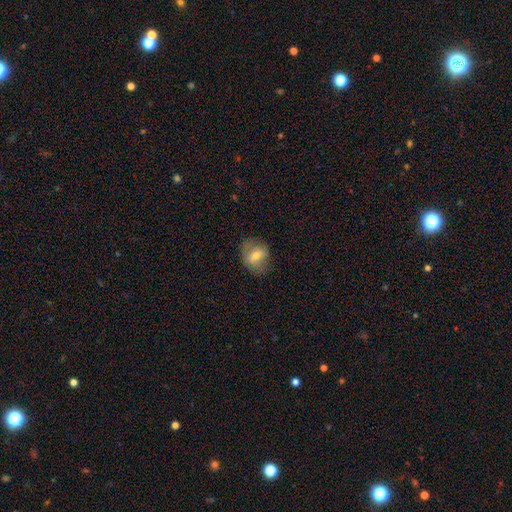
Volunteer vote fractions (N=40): Morphology: type=smooth (62%); roundness=in between (48%); merging=none (72%).